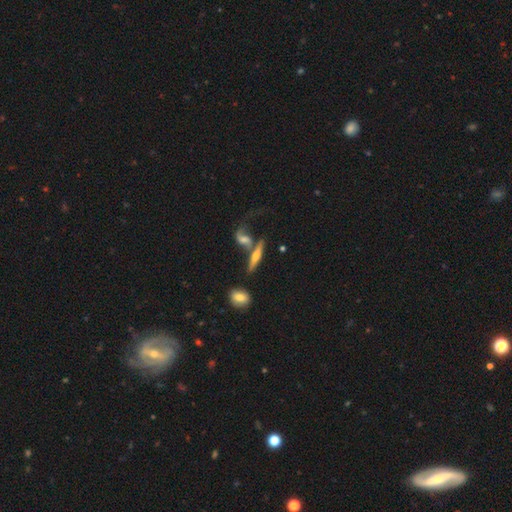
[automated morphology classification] type=featured or disk (66%); edge-on=yes (87%); edge-on bulge=rounded (88%); merging=none (55%).